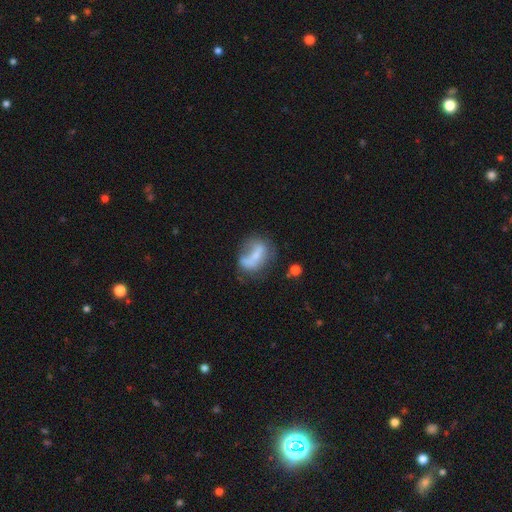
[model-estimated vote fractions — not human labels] This appears to be a smooth galaxy with no disk features (54%) that is in between round and cigar-shaped (71%). Merging: none (34%).